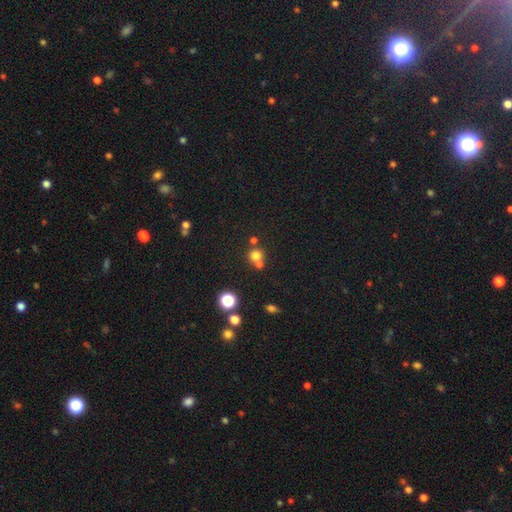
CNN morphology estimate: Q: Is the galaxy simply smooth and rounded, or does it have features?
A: smooth — 71%.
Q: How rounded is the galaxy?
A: round — 86%.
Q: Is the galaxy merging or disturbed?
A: none — 51%.